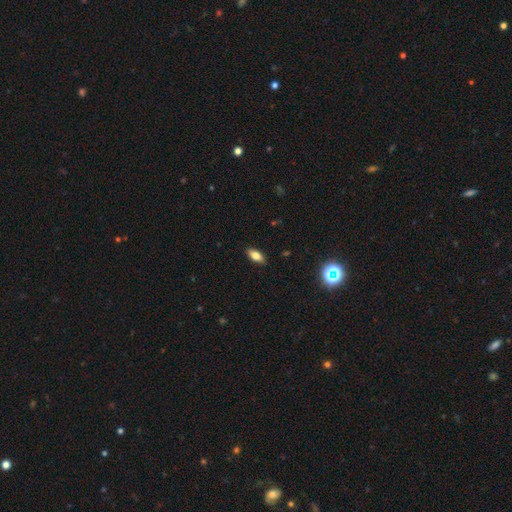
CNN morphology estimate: A smooth galaxy with no disk features (79%) that is in between round and cigar-shaped (86%). Merging: none (88%).